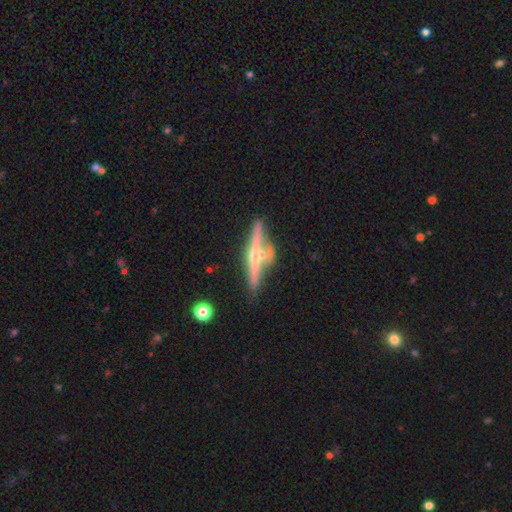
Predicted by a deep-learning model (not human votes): Smooth or featured? Predicted: featured or disk (p=0.73). Edge-on disk? Predicted: yes (p=0.94). Edge-on bulge? Predicted: rounded (p=0.82). Merging? Predicted: none (p=0.58).